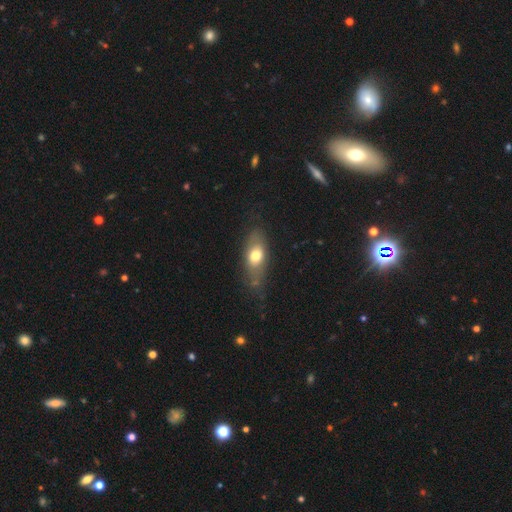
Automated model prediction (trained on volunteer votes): smooth 63%, featured or disk 30%, star or artifact 7%. Down the decision tree: how rounded — in between (80%); merging — none (64%).